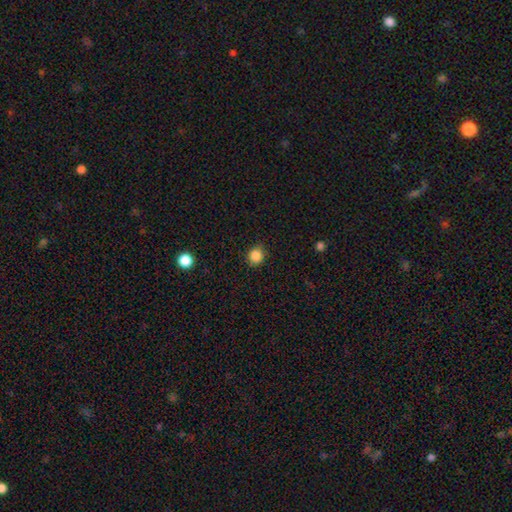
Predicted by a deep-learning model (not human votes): Morphology: type=smooth (86%); roundness=round (81%); merging=none (85%).